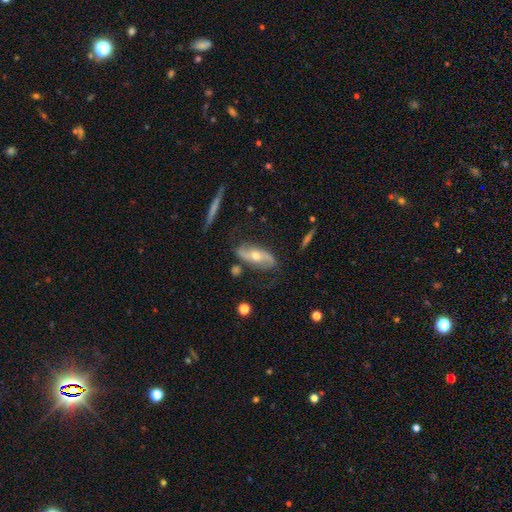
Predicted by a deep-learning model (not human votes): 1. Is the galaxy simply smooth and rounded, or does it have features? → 76% featured or disk, 17% smooth, 6% star or artifact.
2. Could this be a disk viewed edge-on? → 83% no, 17% yes.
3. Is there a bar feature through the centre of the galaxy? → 54% no, 24% weak, 21% strong.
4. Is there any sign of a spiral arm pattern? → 88% yes, 12% no.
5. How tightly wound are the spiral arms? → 76% loose, 17% medium, 7% tight.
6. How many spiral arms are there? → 91% 2, 4% can't tell, 2% 1, 1% 3, 1% 4, 1% more than 4.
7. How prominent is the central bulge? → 66% moderate, 29% small, 3% large, 1% none, 1% dominant.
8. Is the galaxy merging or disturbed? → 72% none, 17% minor disturbance, 7% major disturbance, 3% merger.